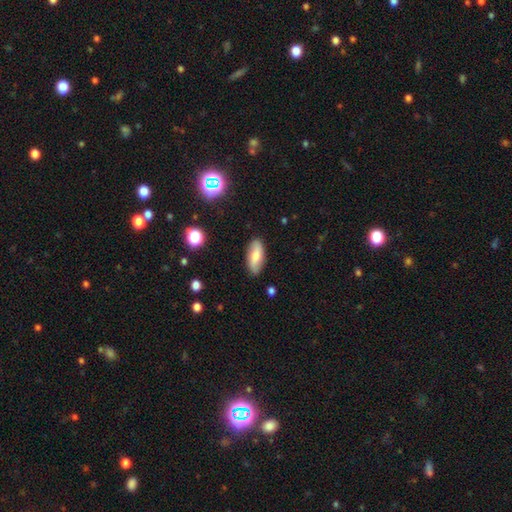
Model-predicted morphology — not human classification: Smooth or featured: smooth — 64% (featured or disk — 28%)
How rounded: in between — 82% (cigar-shaped — 15%)
Merging: none — 86% (minor disturbance — 11%)